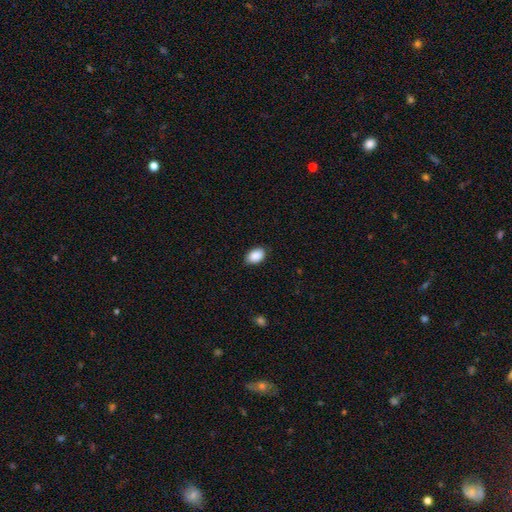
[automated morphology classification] The model was most divided on "merging": none: 85%, minor disturbance: 12%, major disturbance: 2%, merger: 1%. More confident: smooth or featured — smooth (91%); how rounded — in between (89%).